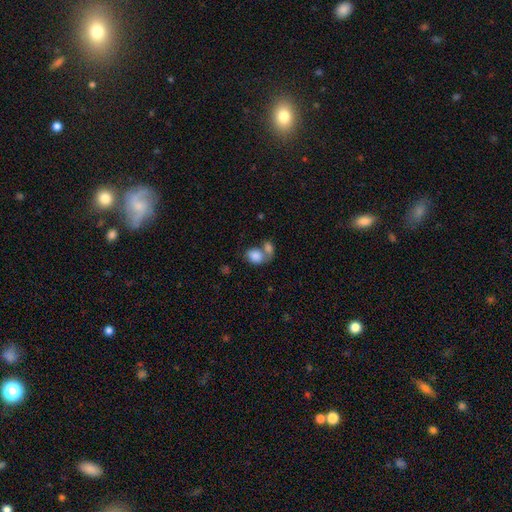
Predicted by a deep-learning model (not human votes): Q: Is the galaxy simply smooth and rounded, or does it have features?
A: smooth — 83%.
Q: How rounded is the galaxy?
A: in between — 64%.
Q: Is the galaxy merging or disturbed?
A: merger — 56%.